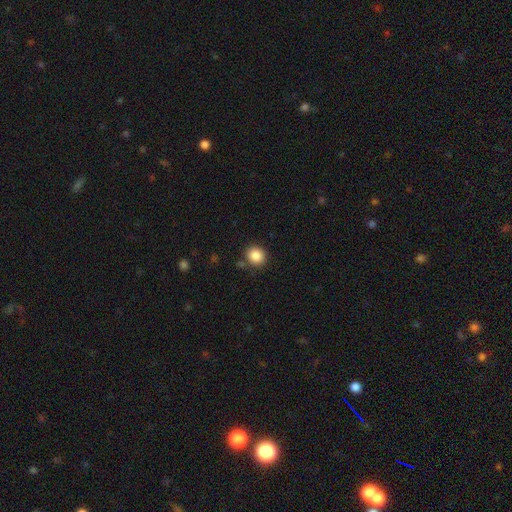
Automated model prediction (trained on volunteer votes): Q: Smooth or featured?
A: smooth (86%); runner-up: star or artifact (10%)
Q: How rounded?
A: round (76%); runner-up: in between (23%)
Q: Merging?
A: none (85%); runner-up: minor disturbance (9%)